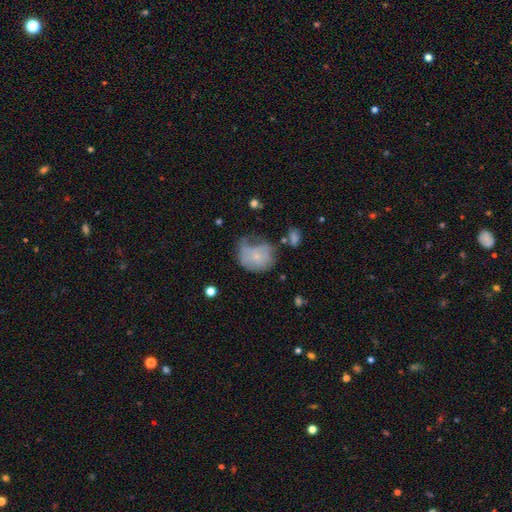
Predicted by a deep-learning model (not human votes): Smooth or featured? smooth (56%)
How rounded? round (56%)
Merging? minor disturbance (32%)